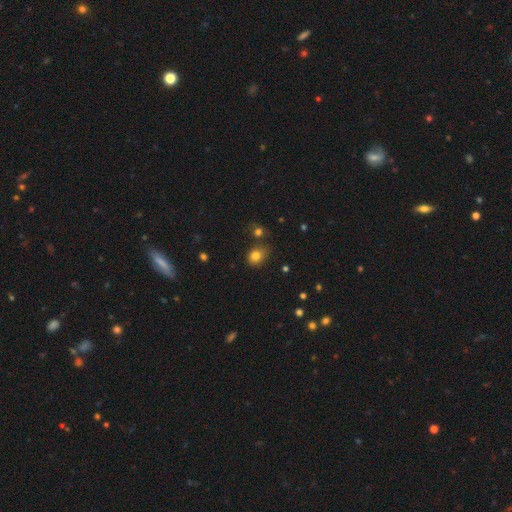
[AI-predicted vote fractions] The model was most divided on "how rounded": round: 52%, in between: 47%, cigar-shaped: 1%. More confident: smooth or featured — smooth (80%); merging — none (68%).